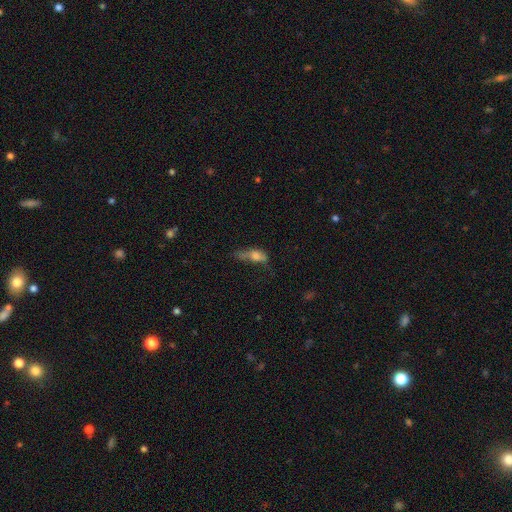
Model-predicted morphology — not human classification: This appears to be a smooth galaxy with no disk features (61%) that is in between round and cigar-shaped (63%). Merging: major disturbance (39%).